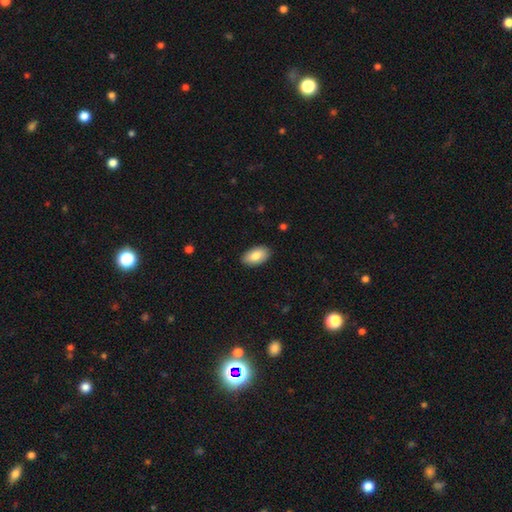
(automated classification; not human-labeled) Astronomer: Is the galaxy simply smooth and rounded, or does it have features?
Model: smooth — 85%.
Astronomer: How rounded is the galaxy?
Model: in between — 95%.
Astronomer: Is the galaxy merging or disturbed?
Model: none — 88%.